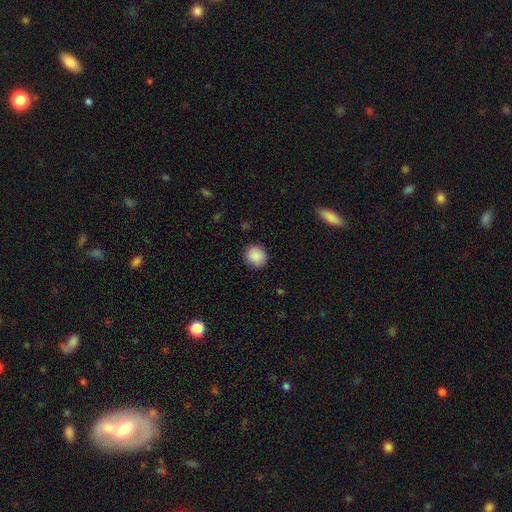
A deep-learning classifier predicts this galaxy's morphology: Smooth or featured: smooth — 89% (star or artifact — 8%)
How rounded: round — 84% (in between — 15%)
Merging: none — 89% (minor disturbance — 7%)